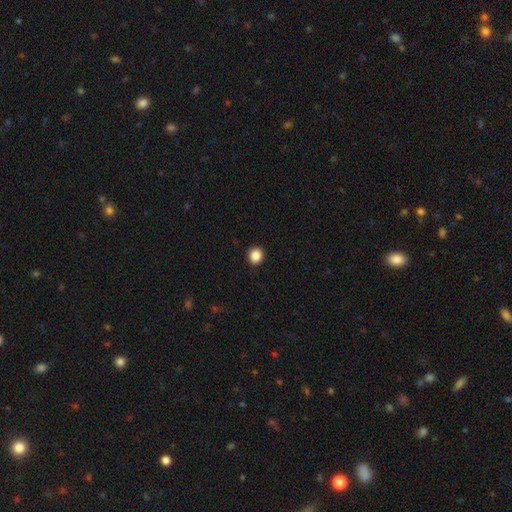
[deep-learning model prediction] A smooth galaxy with no disk features (86%) that is round (86%).

Vote fractions:
- Smooth or featured? smooth: 86% / star or artifact: 10% / featured or disk: 4%
- How rounded? round: 86% / in between: 14% / cigar-shaped: 1%
- Merging? none: 92% / minor disturbance: 6% / major disturbance: 2% / merger: 1%